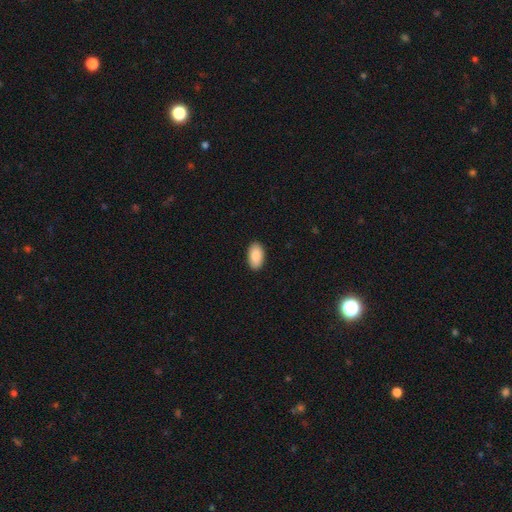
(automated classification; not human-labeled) smooth-or-featured: smooth: 89% | star or artifact: 6% | featured or disk: 5%
  how-rounded: in between: 95% | round: 3% | cigar-shaped: 2%
  merging: none: 91% | minor disturbance: 7% | major disturbance: 2% | merger: 1%